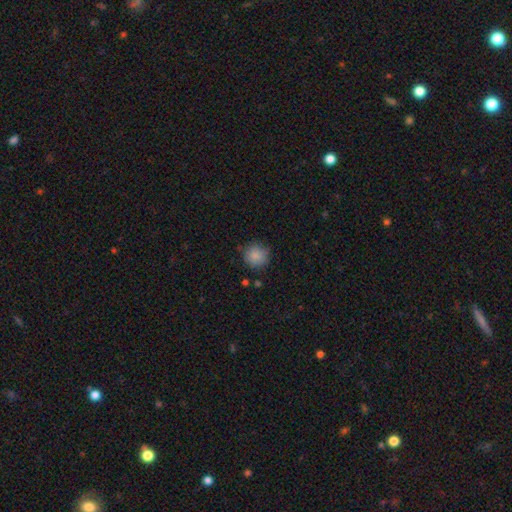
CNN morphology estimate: The model was most divided on "merging": none: 82%, minor disturbance: 13%, major disturbance: 3%, merger: 2%. More confident: how rounded — round (93%); smooth or featured — smooth (86%).